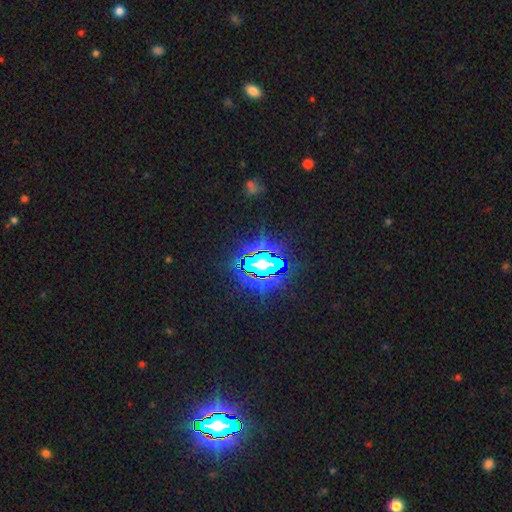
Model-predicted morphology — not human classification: star or artifact 83%, smooth 10%, featured or disk 7%.